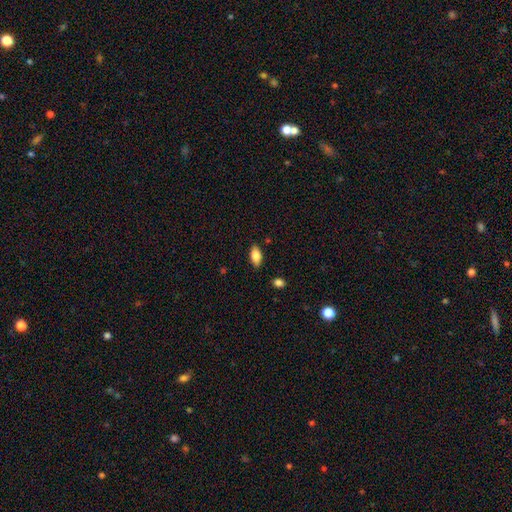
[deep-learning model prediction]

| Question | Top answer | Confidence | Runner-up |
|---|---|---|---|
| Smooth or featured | smooth | 83% | featured or disk (9%) |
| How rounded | in between | 90% | cigar-shaped (7%) |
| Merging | none | 86% | minor disturbance (11%) |